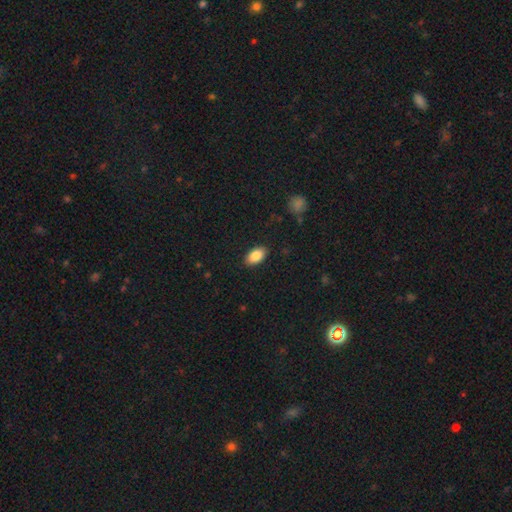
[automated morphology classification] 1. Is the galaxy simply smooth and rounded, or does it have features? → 85% smooth, 7% star or artifact, 7% featured or disk.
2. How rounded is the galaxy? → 93% in between, 5% round, 2% cigar-shaped.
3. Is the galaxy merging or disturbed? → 88% none, 9% minor disturbance, 2% major disturbance, 1% merger.